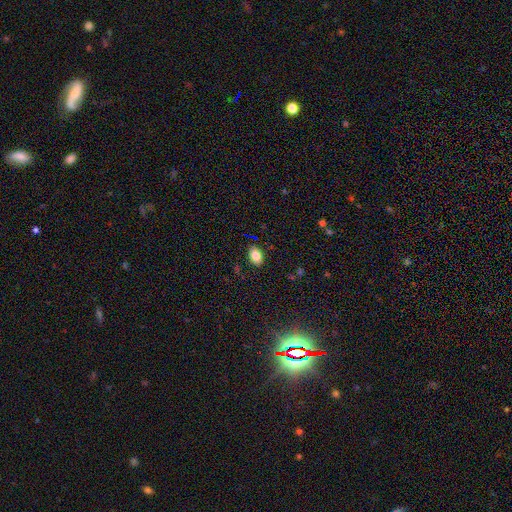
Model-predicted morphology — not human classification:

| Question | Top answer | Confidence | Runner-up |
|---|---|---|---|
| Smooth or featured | smooth | 84% | star or artifact (9%) |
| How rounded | in between | 85% | round (14%) |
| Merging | none | 86% | minor disturbance (11%) |